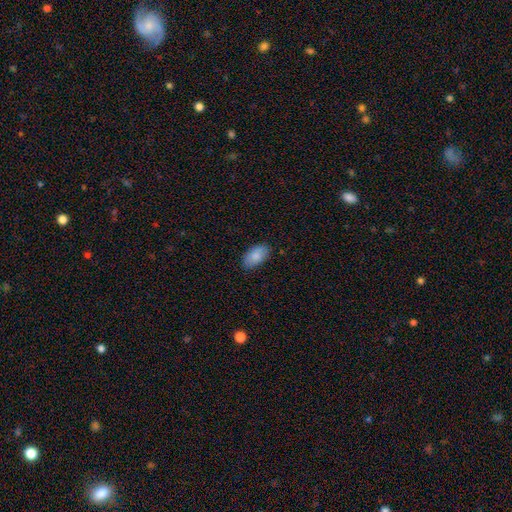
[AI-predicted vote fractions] smooth_or_featured: smooth (p=0.87) [alt: featured or disk p=0.07]
how_rounded: in between (p=0.94) [alt: round p=0.04]
merging: none (p=0.86) [alt: minor disturbance p=0.11]